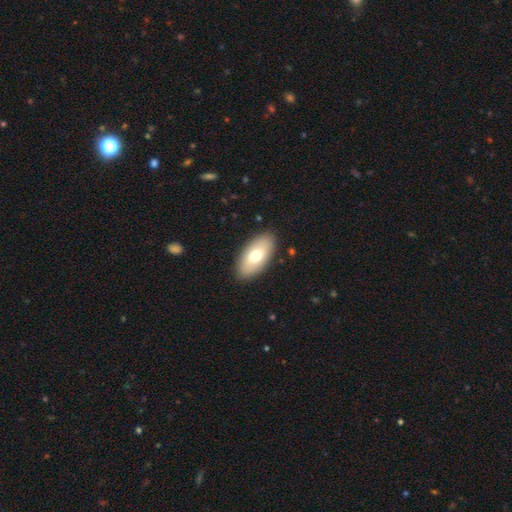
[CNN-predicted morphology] Smooth or featured? smooth (70%)
How rounded? in between (92%)
Merging? none (88%)